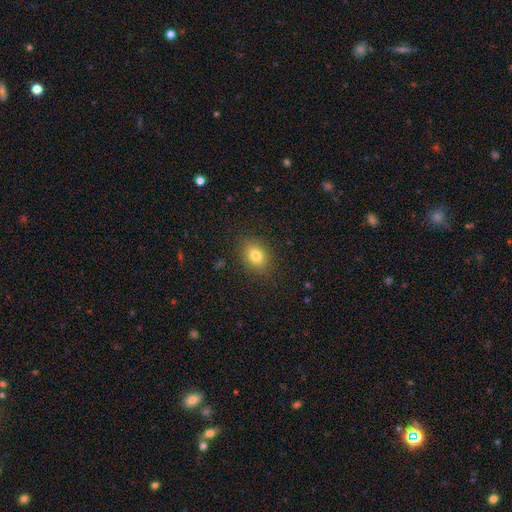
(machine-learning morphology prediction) type=smooth (79%); roundness=in between (66%); merging=none (86%).